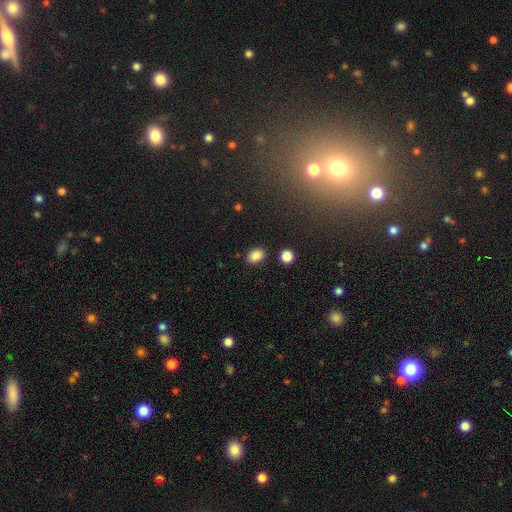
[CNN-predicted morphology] Overall: smooth (86%). How rounded: in between (75%). Merging: none (85%).